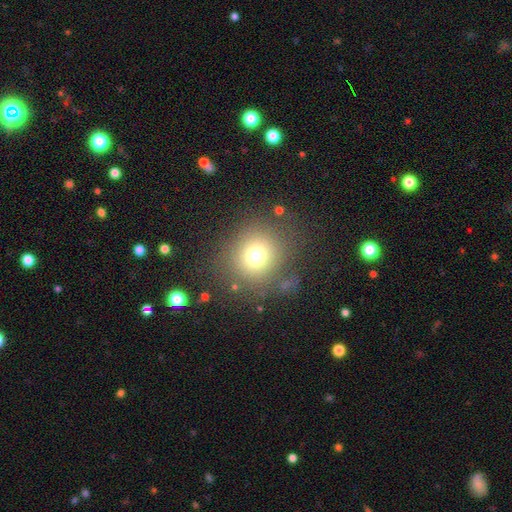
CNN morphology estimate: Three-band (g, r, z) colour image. It shows a smooth galaxy with no disk features (72%) that is round (89%). Merging: none (77%).